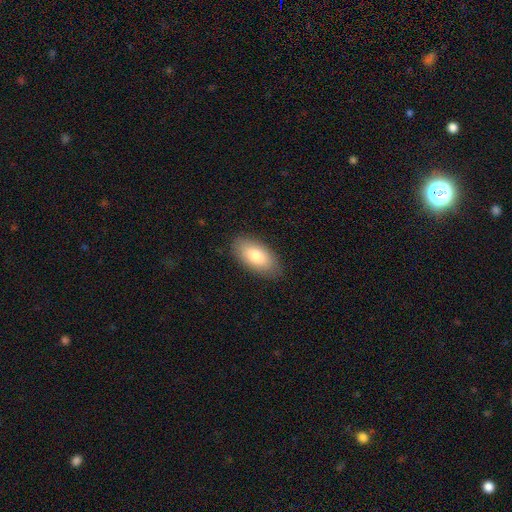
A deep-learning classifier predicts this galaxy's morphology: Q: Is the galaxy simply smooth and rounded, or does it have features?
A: smooth — 81%.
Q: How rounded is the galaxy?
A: in between — 93%.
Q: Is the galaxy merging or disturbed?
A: none — 87%.